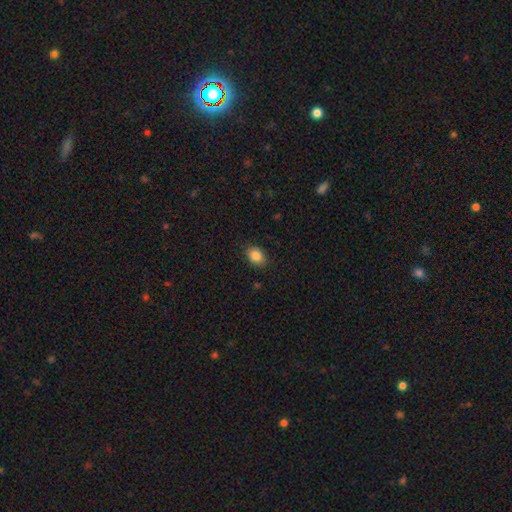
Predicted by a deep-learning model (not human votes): This appears to be a smooth galaxy with no disk features (87%) that is in between round and cigar-shaped (74%). Merging: none (87%).